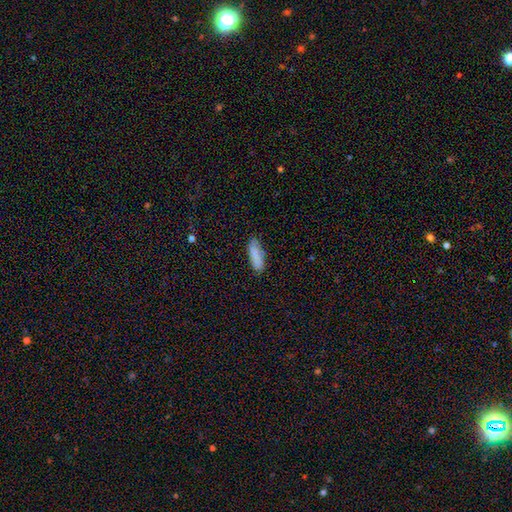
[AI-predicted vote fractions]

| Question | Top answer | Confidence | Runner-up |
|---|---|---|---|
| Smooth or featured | smooth | 86% | featured or disk (8%) |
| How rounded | in between | 56% | cigar-shaped (42%) |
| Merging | none | 79% | minor disturbance (17%) |